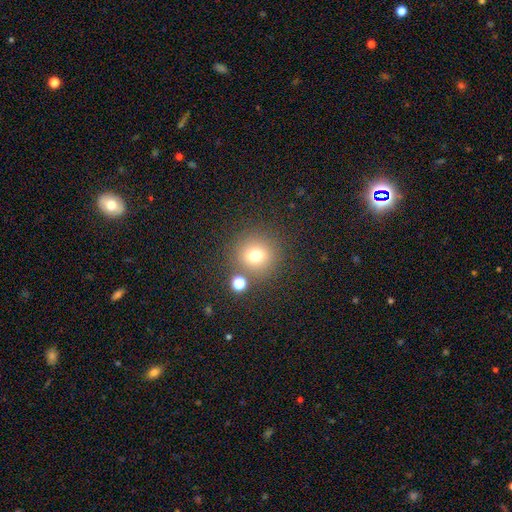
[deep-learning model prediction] A smooth galaxy with no disk features (73%) that is round (93%).

Vote fractions:
- Smooth or featured? smooth: 73% / star or artifact: 17% / featured or disk: 10%
- How rounded? round: 93% / in between: 7% / cigar-shaped: 1%
- Merging? none: 80% / merger: 9% / minor disturbance: 8% / major disturbance: 3%